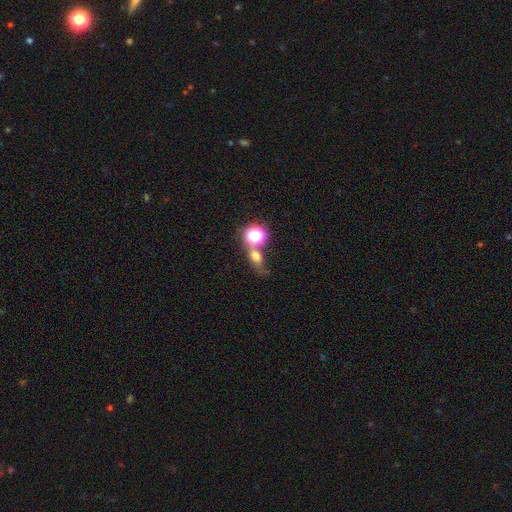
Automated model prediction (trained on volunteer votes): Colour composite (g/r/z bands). It shows a smooth galaxy with no disk features (62%) that is in between round and cigar-shaped (48%). Merging: none (43%).